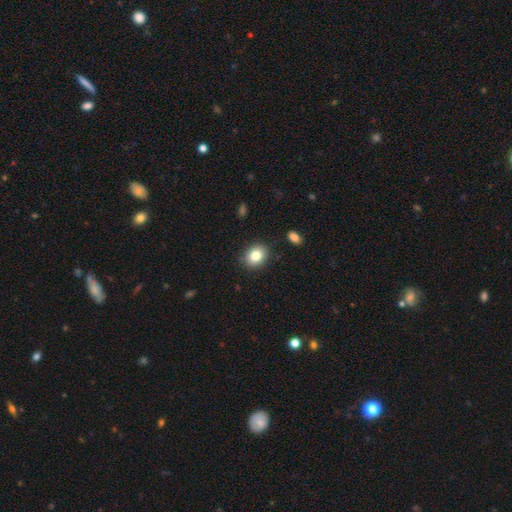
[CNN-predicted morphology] This is clearly a smooth galaxy (82%). How rounded: possibly in between (52%). Merging: clearly none (87%).